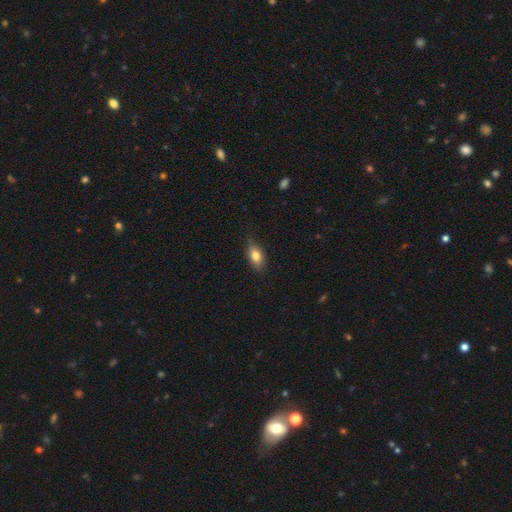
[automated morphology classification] A smooth galaxy with no disk features (79%) that is in between round and cigar-shaped (86%).

Vote fractions:
- Smooth or featured? smooth: 79% / featured or disk: 13% / star or artifact: 8%
- How rounded? in between: 86% / cigar-shaped: 7% / round: 7%
- Merging? none: 80% / minor disturbance: 16% / major disturbance: 3% / merger: 1%